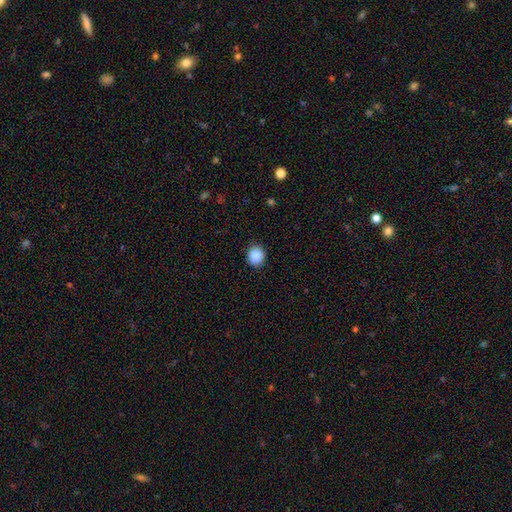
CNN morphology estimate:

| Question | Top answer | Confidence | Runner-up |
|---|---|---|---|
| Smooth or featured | smooth | 89% | star or artifact (8%) |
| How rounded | round | 70% | in between (29%) |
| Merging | none | 90% | minor disturbance (7%) |